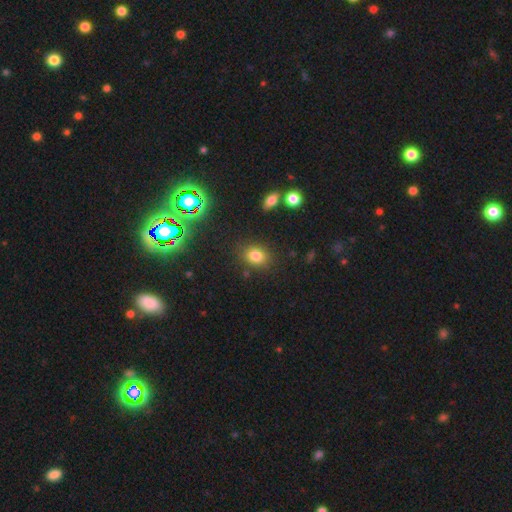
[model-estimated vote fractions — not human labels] Overall: smooth (78%). How rounded: in between (56%; round 42%). Merging: none (82%).